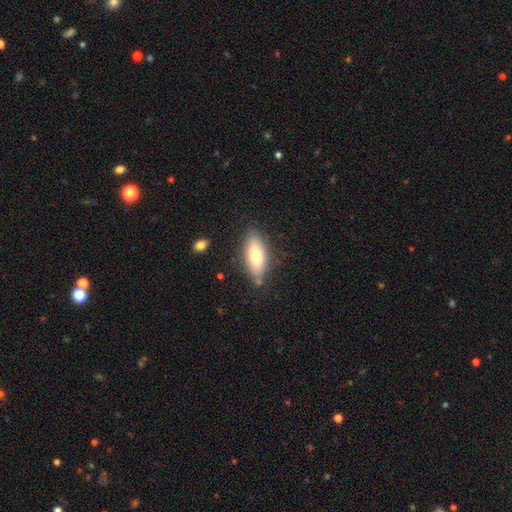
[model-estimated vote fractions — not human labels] Overall: smooth (71%). How rounded: in between (77%). Merging: none (76%).